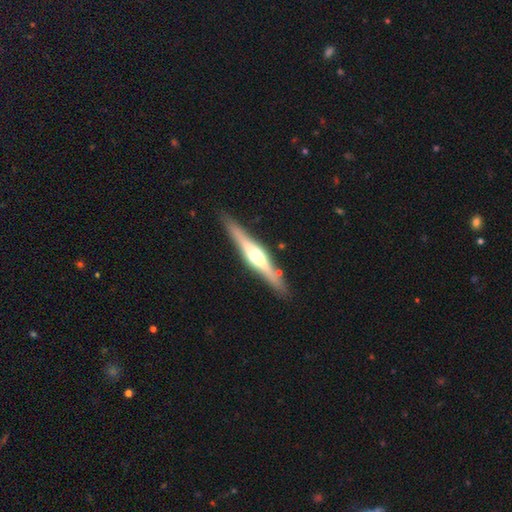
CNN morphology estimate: A featured or disk galaxy (75%) viewed edge-on (97%) with a rounded central bulge (90%).

Vote fractions:
- Smooth or featured? featured or disk: 75% / smooth: 20% / star or artifact: 5%
- Edge-on disk? yes: 97% / no: 3%
- Edge-on bulge? rounded: 90% / boxy: 6% / none: 3%
- Merging? none: 87% / minor disturbance: 9% / merger: 2% / major disturbance: 2%